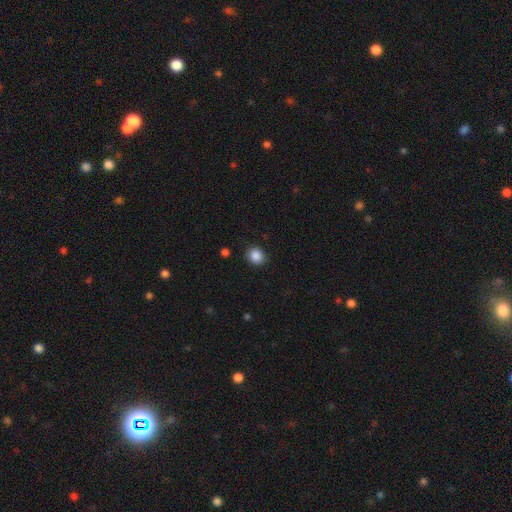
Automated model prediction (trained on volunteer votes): Overall: smooth (87%). How rounded: round (74%). Merging: none (88%).